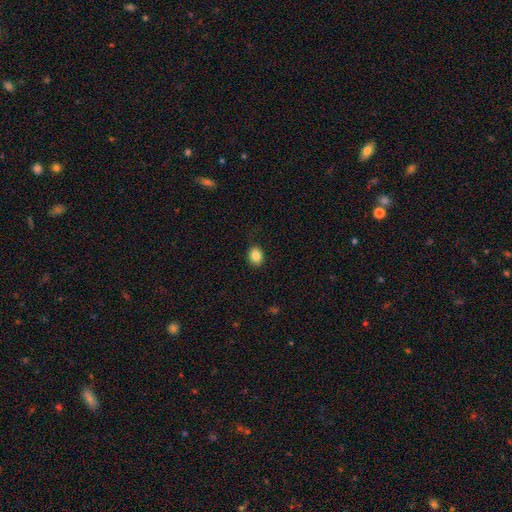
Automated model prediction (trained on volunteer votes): Smooth or featured? Predicted: smooth (p=0.86). How rounded? Predicted: in between (p=0.52). Merging? Predicted: none (p=0.87).